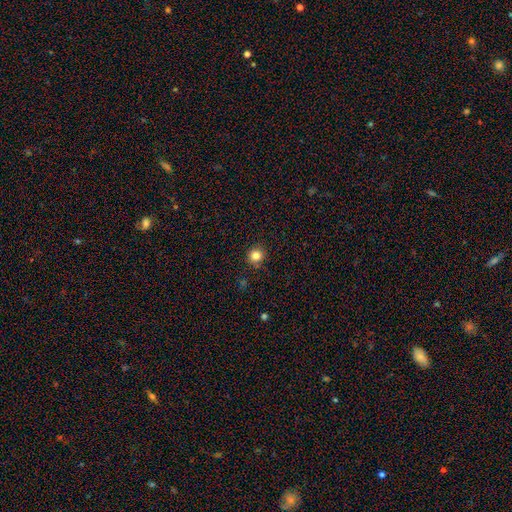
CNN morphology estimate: Q: Smooth or featured?
A: smooth (83%); runner-up: star or artifact (12%)
Q: How rounded?
A: round (94%); runner-up: in between (5%)
Q: Merging?
A: none (89%); runner-up: minor disturbance (7%)